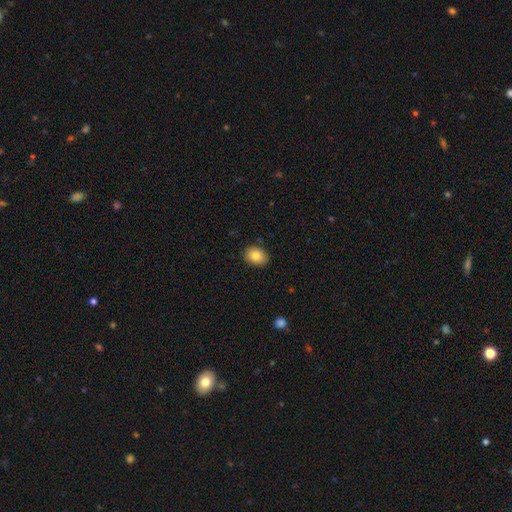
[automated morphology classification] type=smooth (83%); roundness=in between (59%); merging=none (88%).